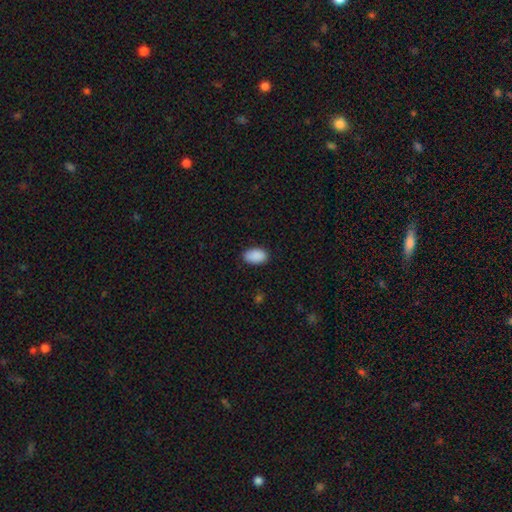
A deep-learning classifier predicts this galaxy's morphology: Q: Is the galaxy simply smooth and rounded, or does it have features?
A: smooth — 90%.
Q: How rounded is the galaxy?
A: in between — 92%.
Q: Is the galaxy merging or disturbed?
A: none — 87%.